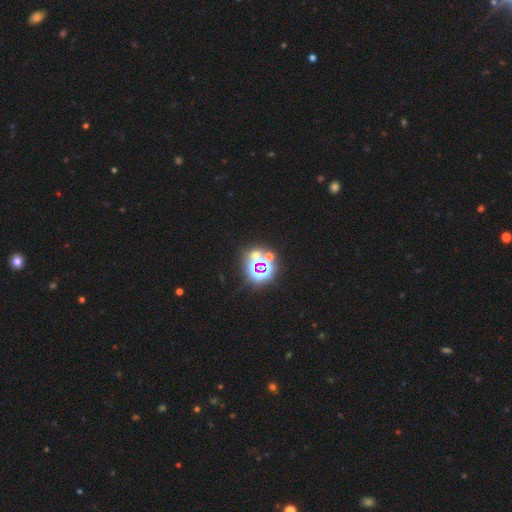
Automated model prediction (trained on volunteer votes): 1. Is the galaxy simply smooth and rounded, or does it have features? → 66% star or artifact, 25% smooth, 9% featured or disk.